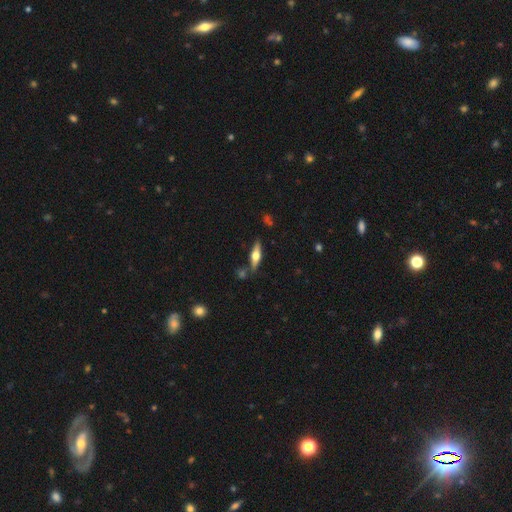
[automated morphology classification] Q: Smooth or featured?
A: featured or disk (63%); runner-up: smooth (31%)
Q: Edge-on disk?
A: yes (95%); runner-up: no (5%)
Q: Edge-on bulge?
A: rounded (93%); runner-up: boxy (5%)
Q: Merging?
A: none (79%); runner-up: minor disturbance (12%)